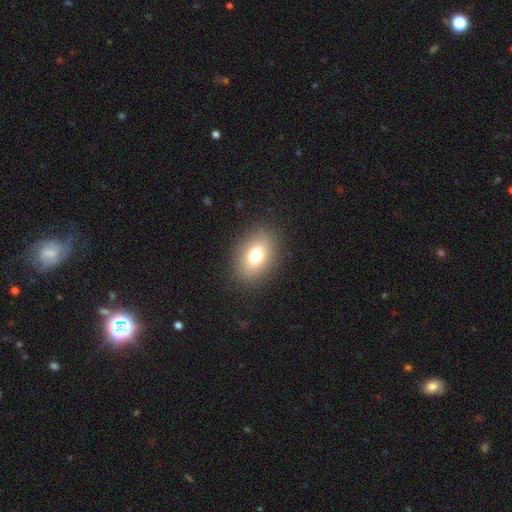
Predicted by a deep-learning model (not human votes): Smooth or featured? Predicted: smooth (p=0.74). How rounded? Predicted: in between (p=0.76). Merging? Predicted: none (p=0.87).